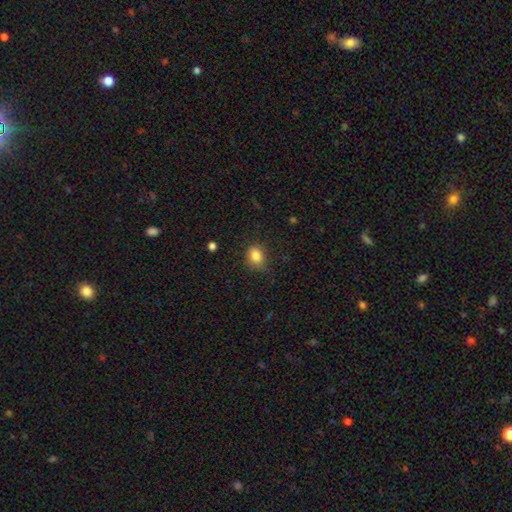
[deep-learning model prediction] Smooth or featured: smooth — 84% (star or artifact — 11%)
How rounded: in between — 50% (round — 49%)
Merging: none — 72% (minor disturbance — 21%)